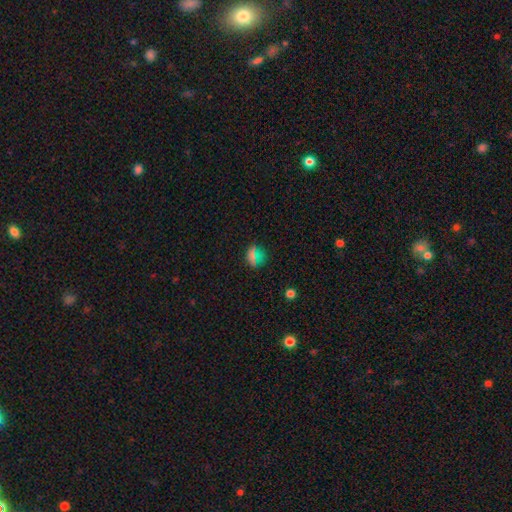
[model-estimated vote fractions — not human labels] Overall: smooth (62%; star or artifact 30%). How rounded: round (74%). Merging: none (83%).